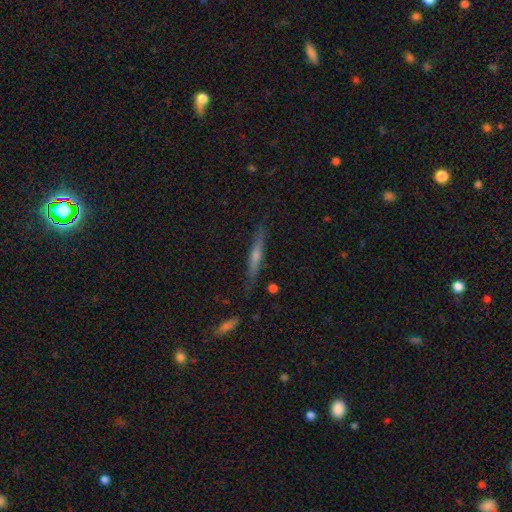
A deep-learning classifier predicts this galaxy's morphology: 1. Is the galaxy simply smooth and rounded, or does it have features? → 55% featured or disk, 37% smooth, 8% star or artifact.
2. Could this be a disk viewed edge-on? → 95% yes, 5% no.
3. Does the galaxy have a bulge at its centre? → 59% rounded, 33% none, 8% boxy.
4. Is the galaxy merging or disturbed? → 85% none, 11% minor disturbance, 2% major disturbance, 2% merger.